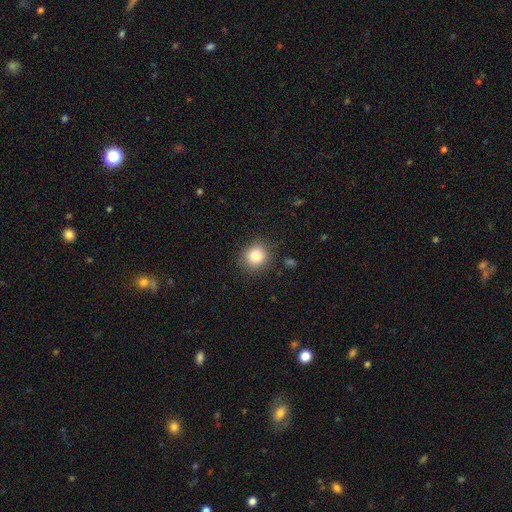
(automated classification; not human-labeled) Overall: smooth (83%). How rounded: round (85%). Merging: none (86%).